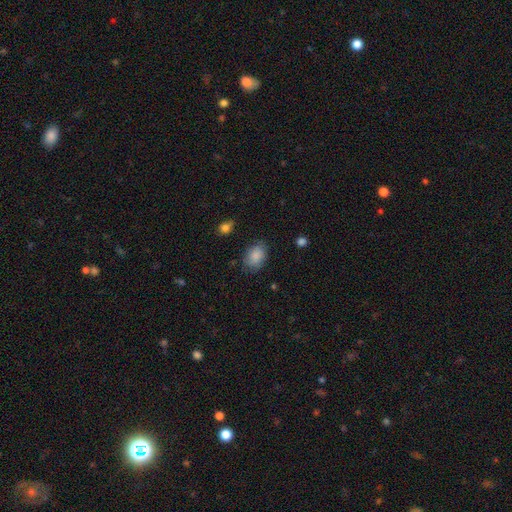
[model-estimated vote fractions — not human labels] Overall: smooth (85%). How rounded: in between (78%). Merging: none (73%).